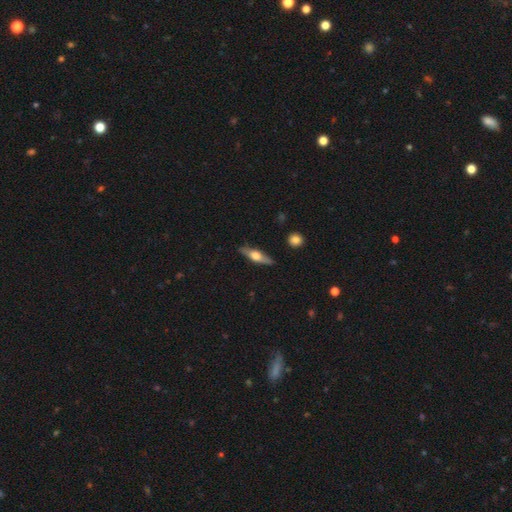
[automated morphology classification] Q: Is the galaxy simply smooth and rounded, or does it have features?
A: featured or disk — 57%.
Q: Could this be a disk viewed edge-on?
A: yes — 92%.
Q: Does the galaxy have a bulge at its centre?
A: rounded — 92%.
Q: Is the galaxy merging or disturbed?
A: none — 85%.